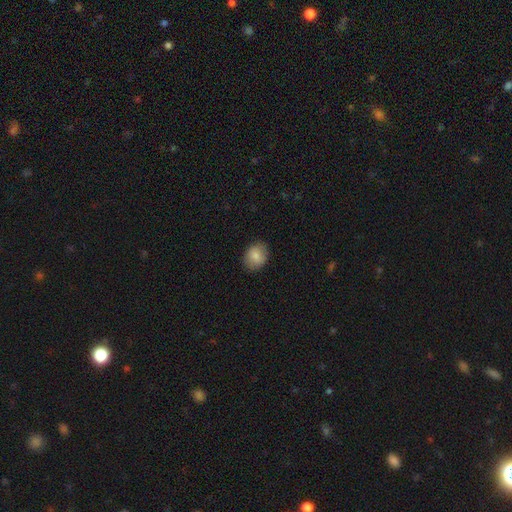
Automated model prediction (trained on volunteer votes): Q: Smooth or featured?
A: smooth (82%); runner-up: featured or disk (10%)
Q: How rounded?
A: round (51%); runner-up: in between (48%)
Q: Merging?
A: none (86%); runner-up: minor disturbance (11%)